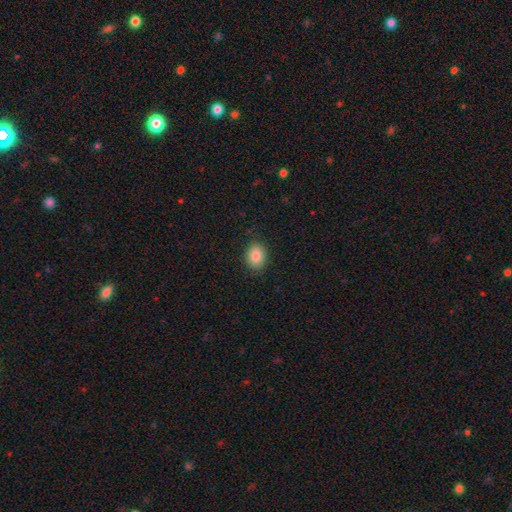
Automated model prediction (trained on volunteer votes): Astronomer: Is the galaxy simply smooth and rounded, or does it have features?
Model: smooth — 86%.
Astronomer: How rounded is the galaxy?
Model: in between — 57% (runner-up: round, 43%).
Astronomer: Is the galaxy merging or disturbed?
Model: none — 87%.